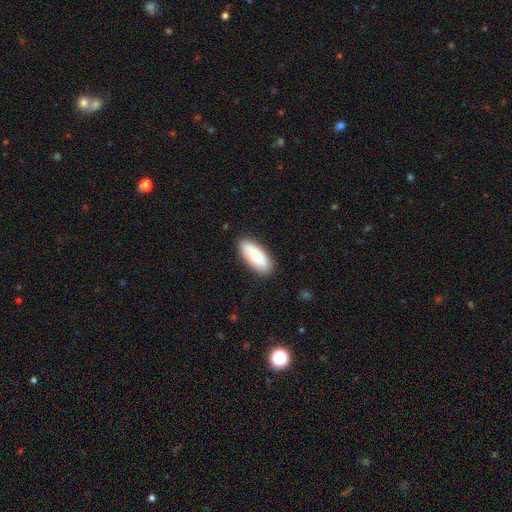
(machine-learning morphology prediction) type=smooth (77%); roundness=in between (84%); merging=none (84%).